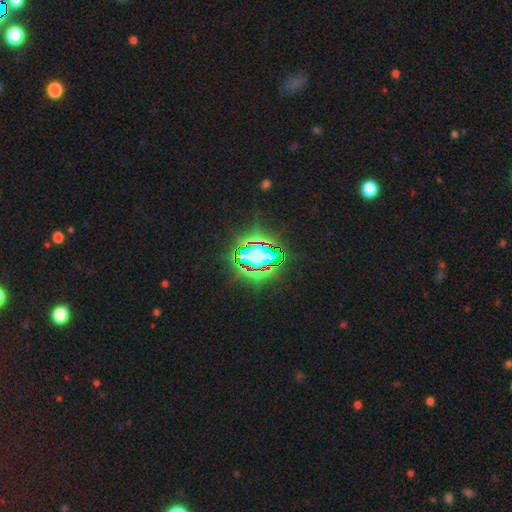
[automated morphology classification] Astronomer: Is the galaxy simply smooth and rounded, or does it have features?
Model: star or artifact — 72%.